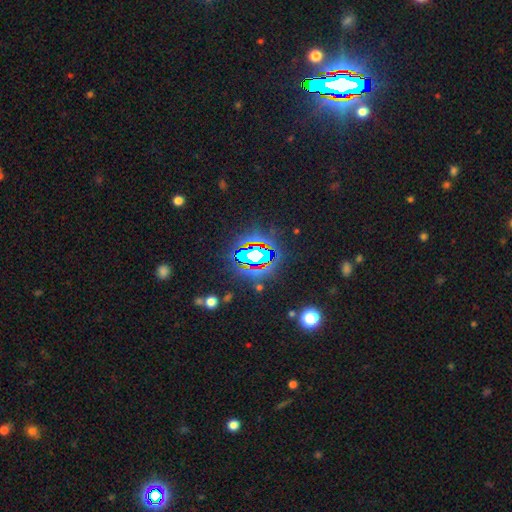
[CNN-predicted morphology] Smooth or featured? star or artifact (71%)